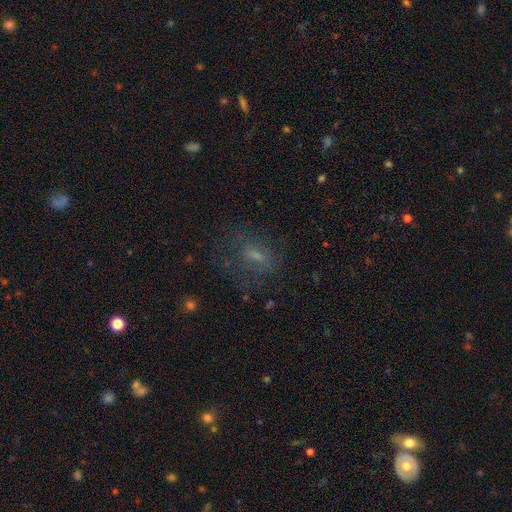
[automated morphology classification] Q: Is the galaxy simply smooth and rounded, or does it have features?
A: smooth — 51%.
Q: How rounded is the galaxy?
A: in between — 68%.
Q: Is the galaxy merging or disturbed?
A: none — 62%.